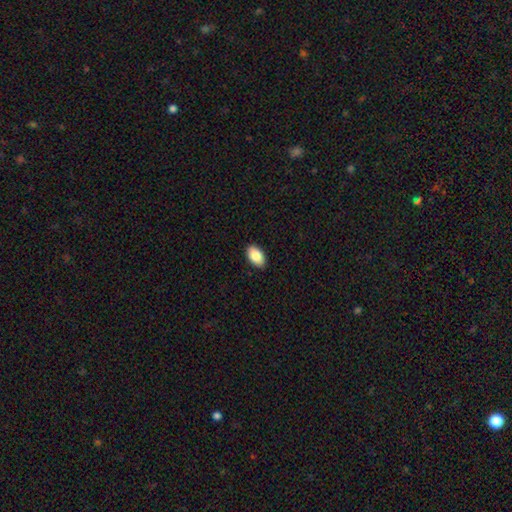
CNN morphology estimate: smooth-or-featured: smooth: 87% | star or artifact: 7% | featured or disk: 7%
  how-rounded: in between: 93% | round: 5% | cigar-shaped: 1%
  merging: none: 89% | minor disturbance: 8% | major disturbance: 2% | merger: 1%